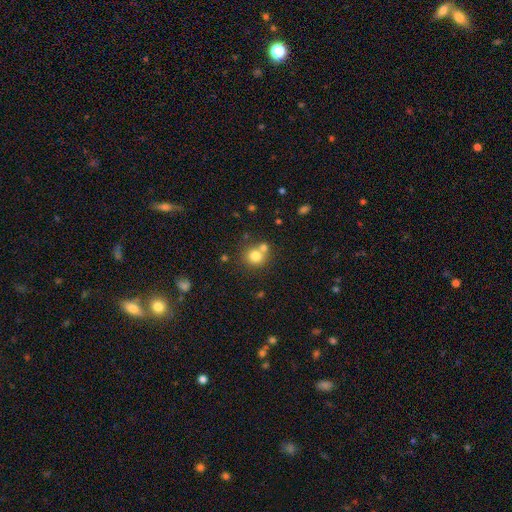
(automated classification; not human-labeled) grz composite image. It shows a smooth galaxy with no disk features (78%) that is round (87%). Merging: none (57%).